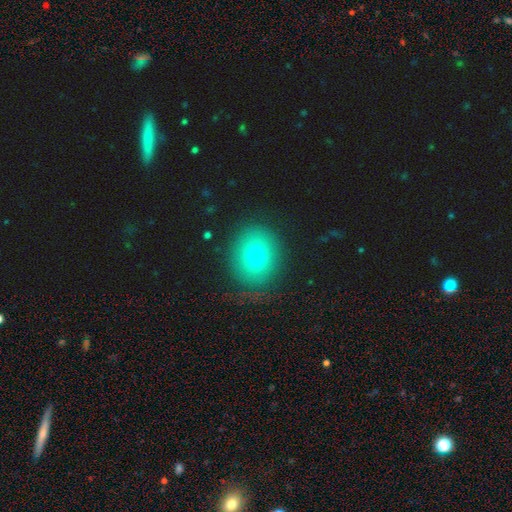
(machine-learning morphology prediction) smooth 73%, featured or disk 15%, star or artifact 12%. Down the decision tree: how rounded — round (66%); merging — none (77%).